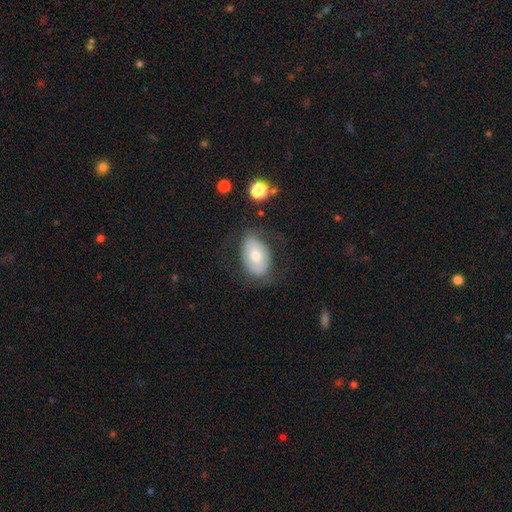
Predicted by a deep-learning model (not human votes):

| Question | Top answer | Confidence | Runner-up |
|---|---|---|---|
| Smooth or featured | smooth | 60% | featured or disk (33%) |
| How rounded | in between | 88% | round (11%) |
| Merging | none | 67% | minor disturbance (19%) |